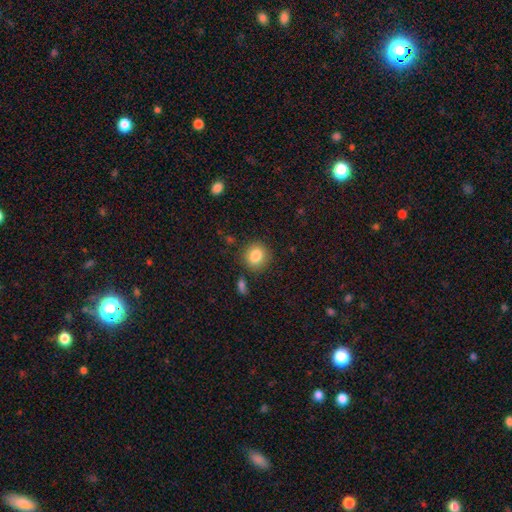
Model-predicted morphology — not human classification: Smooth or featured? Predicted: smooth (p=0.84). How rounded? Predicted: round (p=0.79). Merging? Predicted: none (p=0.84).